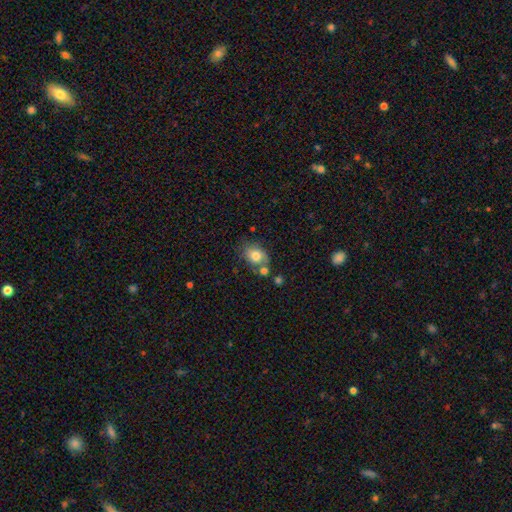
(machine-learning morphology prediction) smooth_or_featured: smooth (p=0.77) [alt: featured or disk p=0.15]
how_rounded: in between (p=0.65) [alt: round p=0.33]
merging: none (p=0.51) [alt: merger p=0.20]